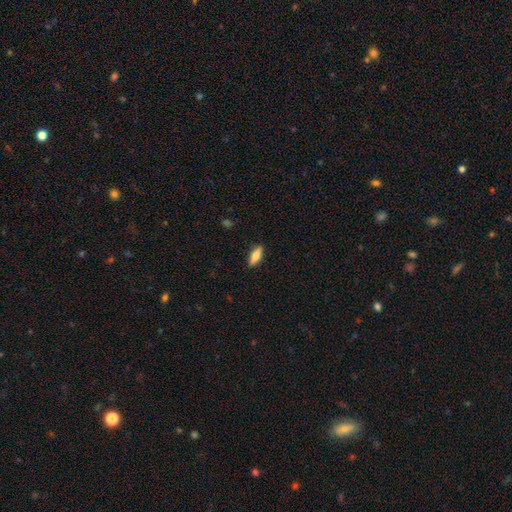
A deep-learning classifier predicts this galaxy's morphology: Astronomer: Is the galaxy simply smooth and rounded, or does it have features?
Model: smooth — 68%.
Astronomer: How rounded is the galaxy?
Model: in between — 59% (runner-up: cigar-shaped, 39%).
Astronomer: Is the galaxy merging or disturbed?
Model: none — 88%.